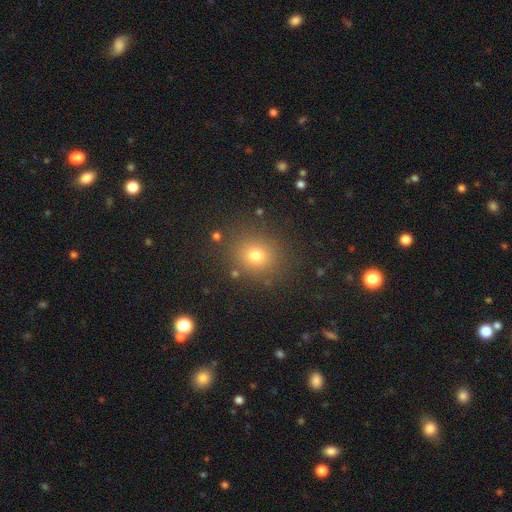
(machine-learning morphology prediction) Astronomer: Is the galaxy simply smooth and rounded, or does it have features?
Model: smooth — 74%.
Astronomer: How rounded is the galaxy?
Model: round — 81%.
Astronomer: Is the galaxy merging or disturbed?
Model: none — 85%.